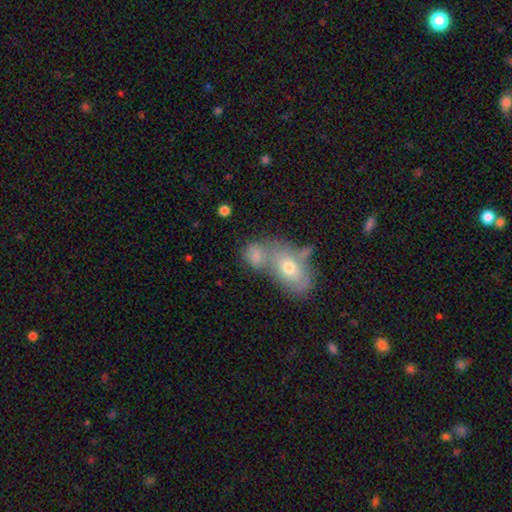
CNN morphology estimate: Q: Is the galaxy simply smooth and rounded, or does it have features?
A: smooth — 68%.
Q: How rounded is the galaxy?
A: in between — 70%.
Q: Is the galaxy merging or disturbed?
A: merger — 55%.